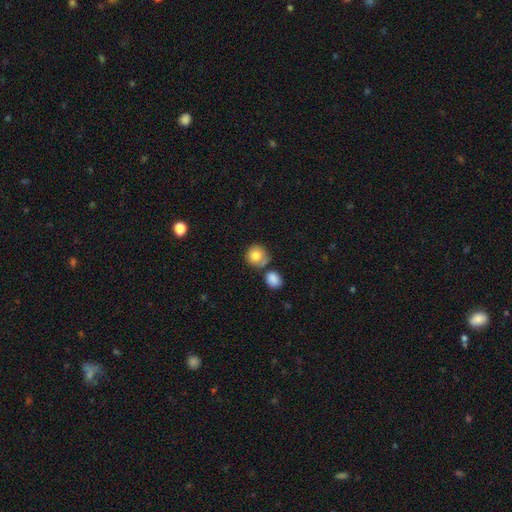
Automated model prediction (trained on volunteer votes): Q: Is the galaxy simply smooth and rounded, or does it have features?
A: smooth — 81%.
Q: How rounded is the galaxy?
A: round — 87%.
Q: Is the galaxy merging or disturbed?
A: none — 61%.